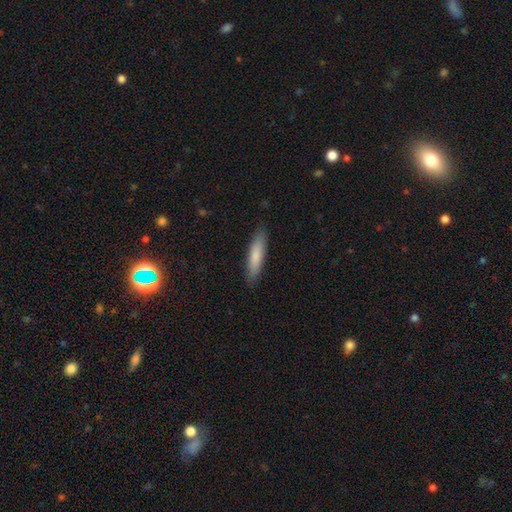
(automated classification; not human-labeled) The model was most divided on "how rounded": cigar-shaped: 77%, in between: 22%, round: 1%. More confident: merging — none (88%); smooth or featured — smooth (81%).